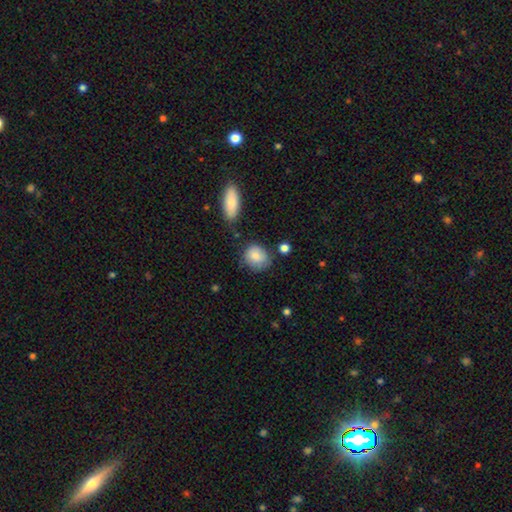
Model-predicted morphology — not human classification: Smooth or featured? Predicted: smooth (p=0.84). How rounded? Predicted: round (p=0.69). Merging? Predicted: none (p=0.68).